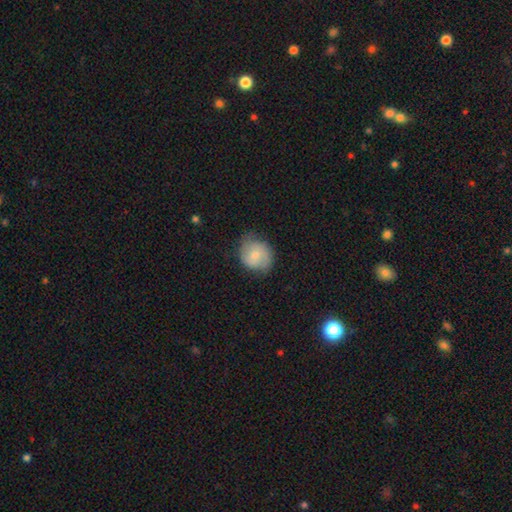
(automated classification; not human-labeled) This is possibly a smooth galaxy (58%). How rounded: likely round (74%). Merging: likely none (63%).